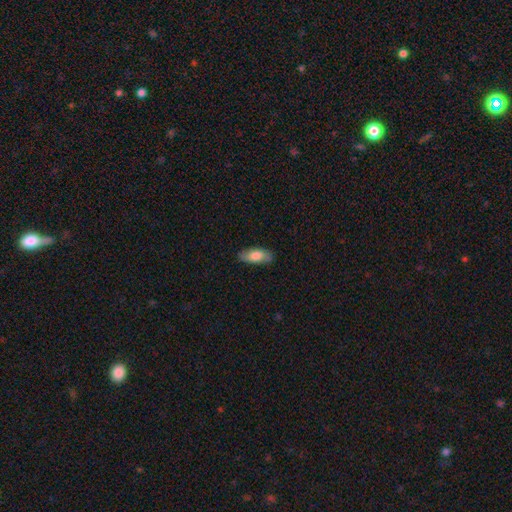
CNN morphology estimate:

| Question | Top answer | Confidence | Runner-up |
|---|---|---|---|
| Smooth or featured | smooth | 77% | featured or disk (17%) |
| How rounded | in between | 81% | cigar-shaped (17%) |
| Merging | none | 83% | minor disturbance (13%) |